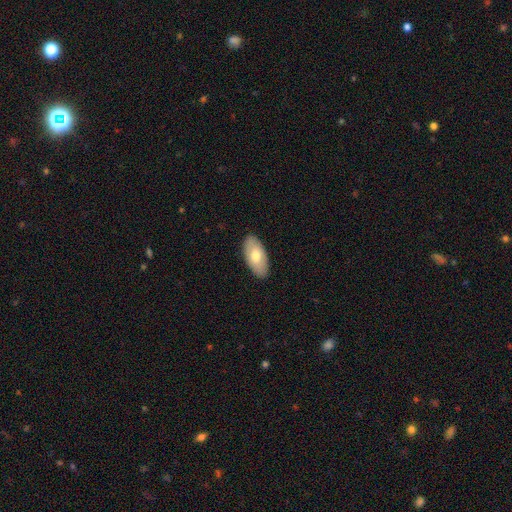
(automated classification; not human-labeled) smooth 68%, featured or disk 26%, star or artifact 5%. Down the decision tree: how rounded — in between (94%); merging — none (88%).